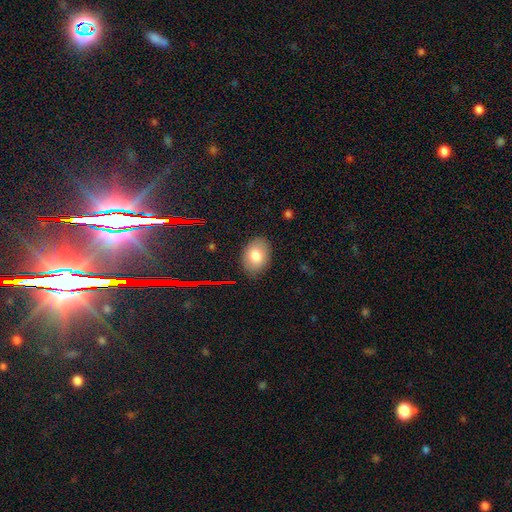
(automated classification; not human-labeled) The model was most divided on "how rounded": in between: 79%, round: 20%, cigar-shaped: 1%. More confident: merging — none (84%); smooth or featured — smooth (78%).